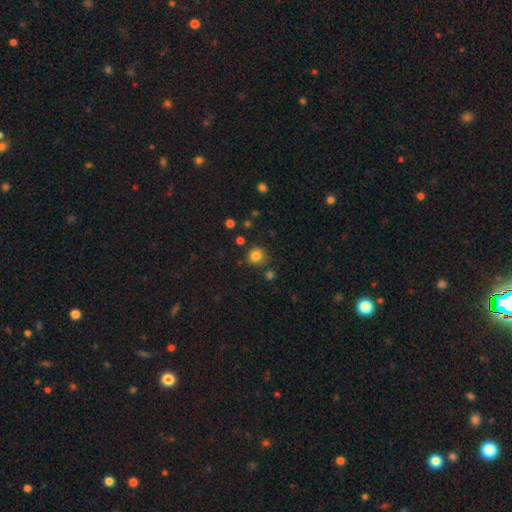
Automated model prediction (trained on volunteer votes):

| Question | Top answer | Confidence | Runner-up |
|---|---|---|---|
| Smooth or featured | smooth | 83% | star or artifact (13%) |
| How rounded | round | 84% | in between (15%) |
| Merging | none | 80% | minor disturbance (11%) |